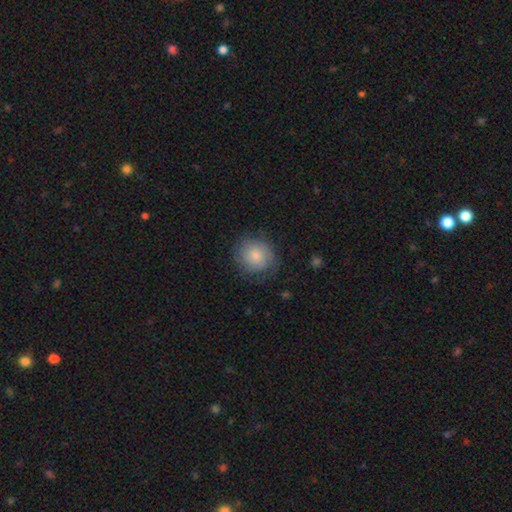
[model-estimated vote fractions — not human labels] Overall: smooth (73%). How rounded: round (85%). Merging: none (69%).